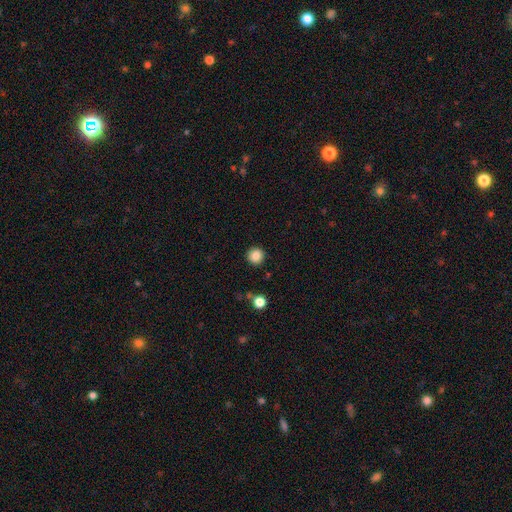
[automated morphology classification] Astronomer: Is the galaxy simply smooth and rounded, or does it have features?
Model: smooth — 86%.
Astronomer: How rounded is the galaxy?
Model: round — 94%.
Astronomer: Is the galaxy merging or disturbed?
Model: none — 91%.